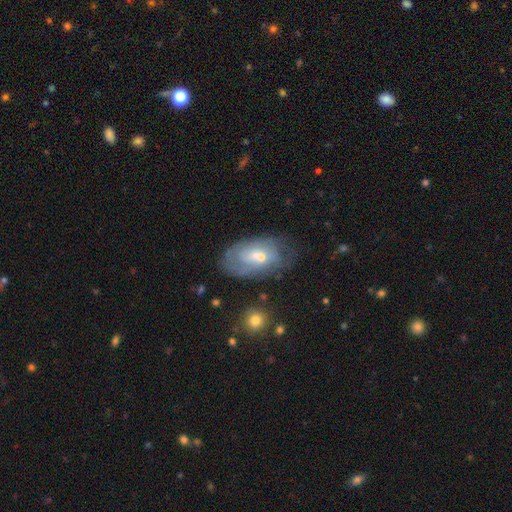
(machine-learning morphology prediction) Q: Smooth or featured?
A: featured or disk (64%); runner-up: smooth (27%)
Q: Edge-on disk?
A: no (92%); runner-up: yes (8%)
Q: Bar?
A: no (50%); runner-up: weak (41%)
Q: Spiral arms?
A: yes (74%); runner-up: no (26%)
Q: Bulge size?
A: small (51%); runner-up: moderate (44%)
Q: Merging?
A: none (65%); runner-up: minor disturbance (22%)